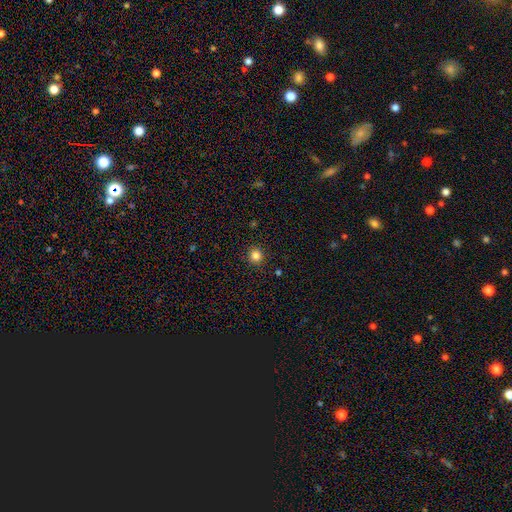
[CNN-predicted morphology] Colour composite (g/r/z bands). It shows a smooth galaxy with no disk features (83%) that is round (92%). Merging: none (92%).